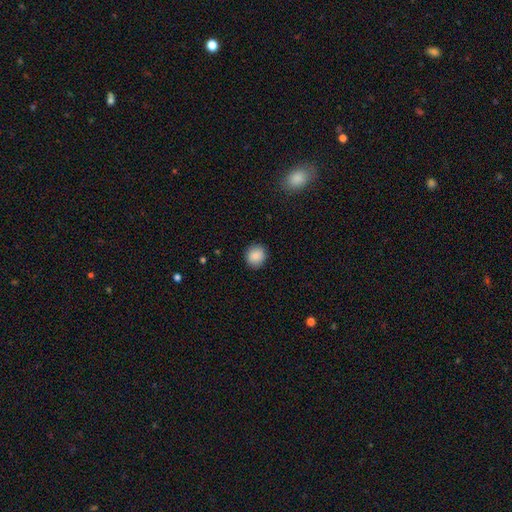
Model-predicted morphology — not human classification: Smooth or featured?
  - smooth: 89% *
  - star or artifact: 8%
  - featured or disk: 3%
How rounded?
  - round: 82% *
  - in between: 17%
  - cigar-shaped: 1%
Merging?
  - none: 89% *
  - minor disturbance: 7%
  - major disturbance: 2%
  - merger: 1%